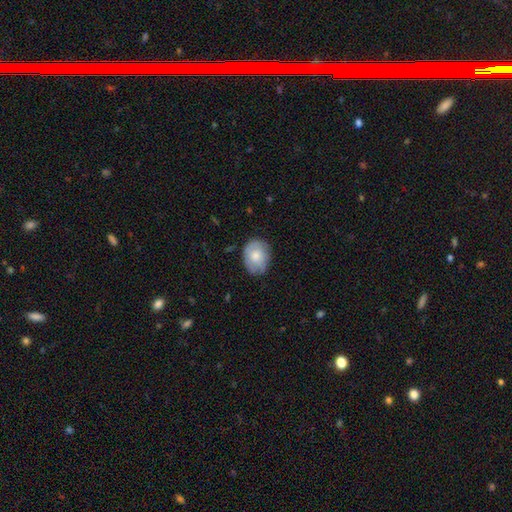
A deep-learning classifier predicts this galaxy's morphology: smooth-or-featured: smooth: 70% | featured or disk: 23% | star or artifact: 6%
  how-rounded: in between: 60% | round: 39% | cigar-shaped: 1%
  merging: none: 75% | minor disturbance: 20% | major disturbance: 4% | merger: 1%